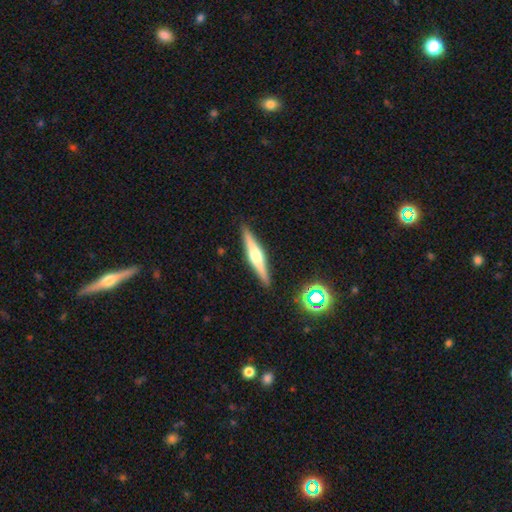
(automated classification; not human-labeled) Smooth or featured: featured or disk — 65% (smooth — 28%)
Edge-on disk: yes — 97% (no — 3%)
Edge-on bulge: rounded — 90% (boxy — 7%)
Merging: none — 90% (minor disturbance — 7%)